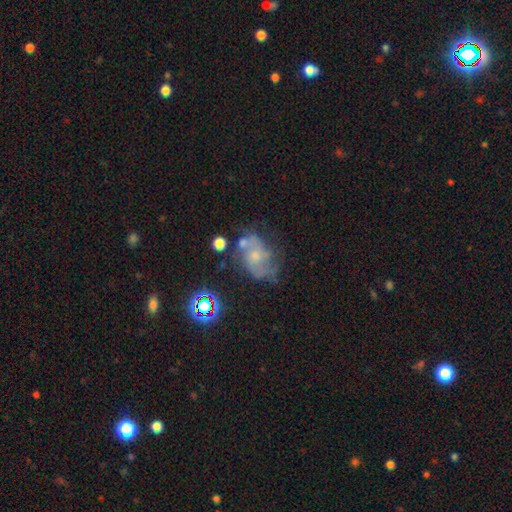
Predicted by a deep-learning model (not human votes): Smooth or featured?
  - featured or disk: 63% *
  - smooth: 22%
  - star or artifact: 16%
Edge-on disk?
  - no: 97% *
  - yes: 3%
Bar?
  - no: 71% *
  - weak: 24%
  - strong: 4%
Spiral arms?
  - yes: 79% *
  - no: 21%
Bulge size?
  - small: 54% *
  - moderate: 32%
  - none: 10%
  - large: 3%
  - dominant: 1%
Merging?
  - none: 48% *
  - minor disturbance: 24%
  - major disturbance: 18%
  - merger: 10%